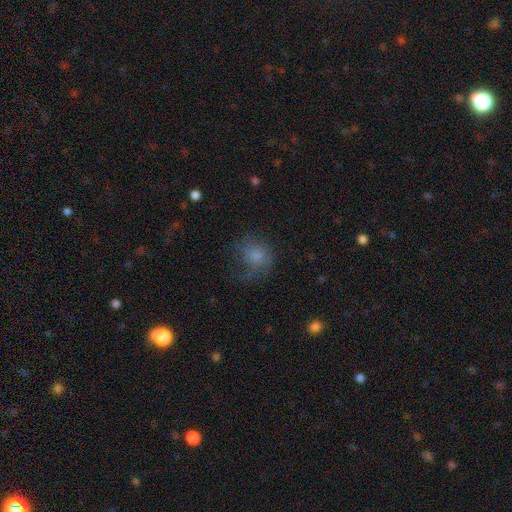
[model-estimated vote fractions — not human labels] Q: Smooth or featured?
A: smooth (62%); runner-up: featured or disk (26%)
Q: How rounded?
A: round (73%); runner-up: in between (26%)
Q: Merging?
A: none (44%); runner-up: major disturbance (31%)